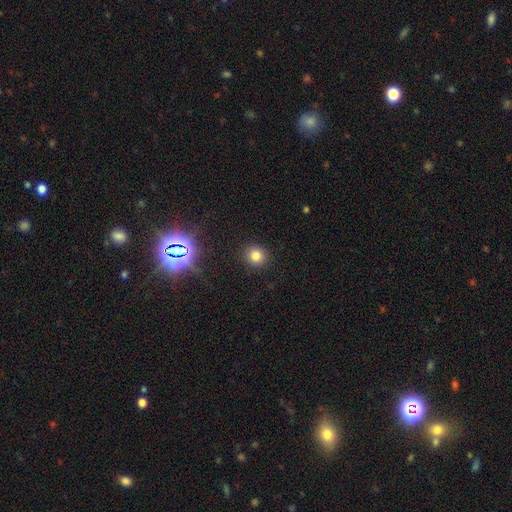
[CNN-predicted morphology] Smooth or featured?
  - smooth: 78% *
  - star or artifact: 15%
  - featured or disk: 6%
How rounded?
  - round: 88% *
  - in between: 11%
  - cigar-shaped: 1%
Merging?
  - none: 90% *
  - minor disturbance: 6%
  - major disturbance: 2%
  - merger: 1%